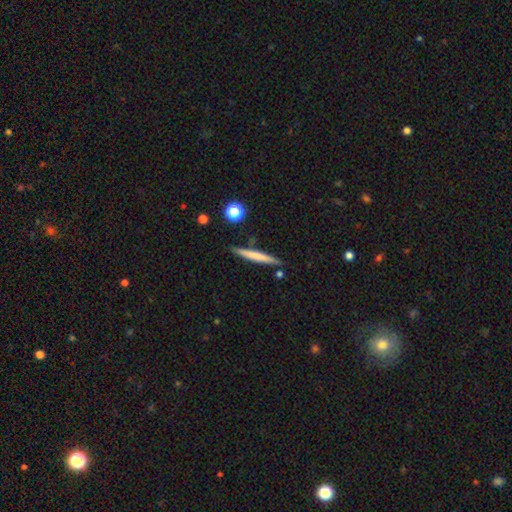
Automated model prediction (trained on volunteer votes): Overall: smooth (60%; featured or disk 33%). How rounded: cigar-shaped (96%). Merging: none (85%).